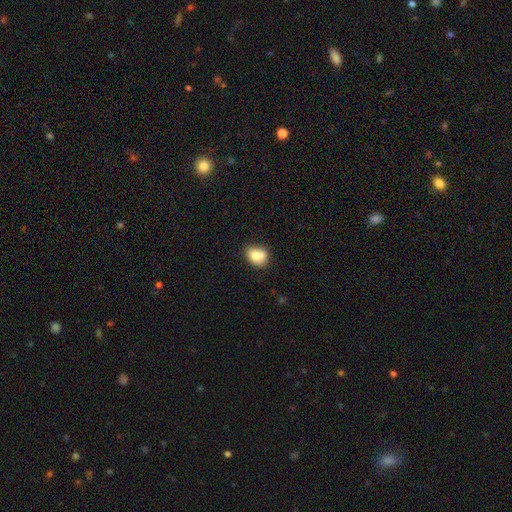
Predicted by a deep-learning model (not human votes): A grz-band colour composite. It shows a smooth galaxy with no disk features (75%) that is in between round and cigar-shaped (53%). Merging: none (48%).